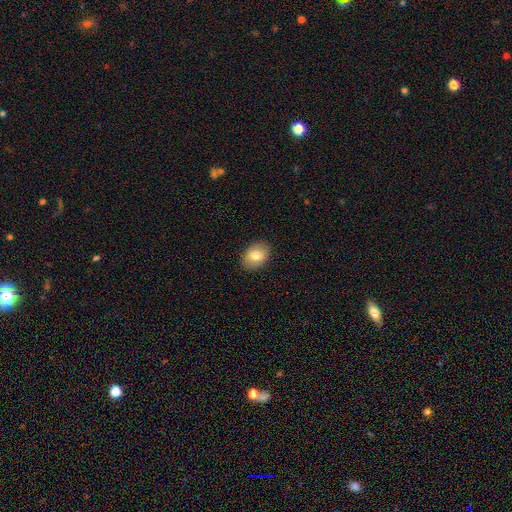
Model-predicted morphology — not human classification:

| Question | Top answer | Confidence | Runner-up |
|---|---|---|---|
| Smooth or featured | smooth | 76% | featured or disk (16%) |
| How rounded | in between | 72% | round (27%) |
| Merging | none | 88% | minor disturbance (9%) |